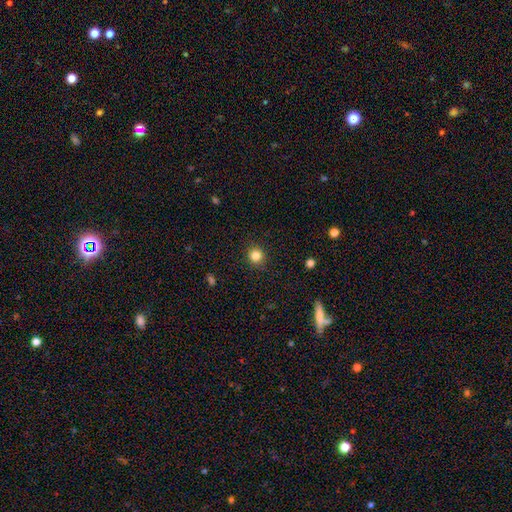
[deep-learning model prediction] A smooth galaxy with no disk features (83%) that is round (91%). Merging: none (91%).